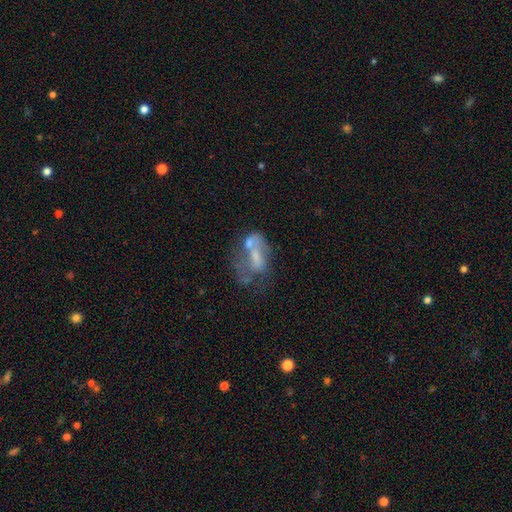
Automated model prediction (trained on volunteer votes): smooth_or_featured: featured or disk (p=0.55) [alt: smooth p=0.33]
disk_edge_on: no (p=0.96) [alt: yes p=0.04]
bar: no (p=0.71) [alt: weak p=0.21]
has_spiral_arms: no (p=0.77) [alt: yes p=0.23]
bulge_size: small (p=0.32) [alt: none p=0.31]
merging: merger (p=0.41) [alt: major disturbance p=0.26]